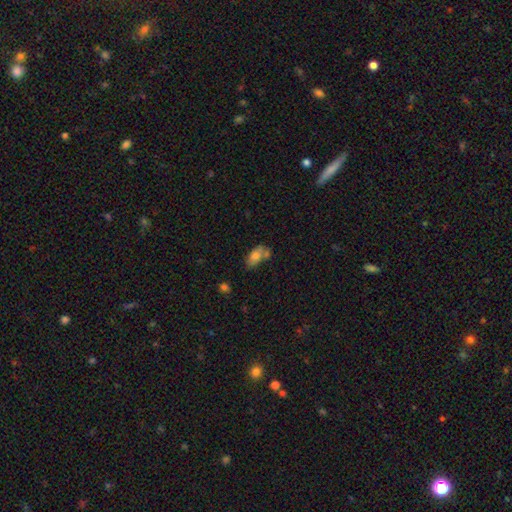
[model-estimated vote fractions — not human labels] Smooth or featured? Predicted: smooth (p=0.73). How rounded? Predicted: in between (p=0.89). Merging? Predicted: none (p=0.43).